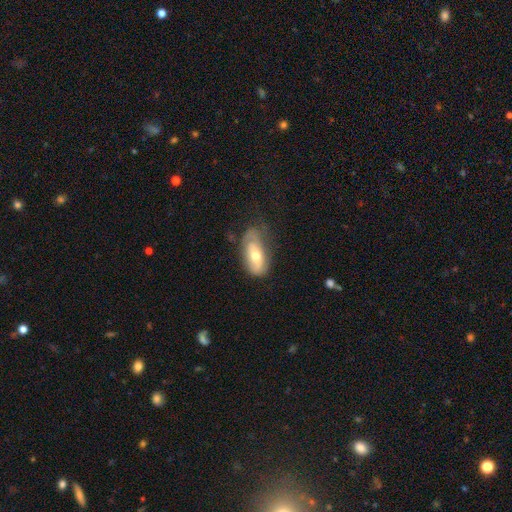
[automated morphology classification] A smooth galaxy with no disk features (49%).

Vote fractions:
- Smooth or featured? smooth: 49% / featured or disk: 44% / star or artifact: 7%
- Merging? none: 51% / minor disturbance: 32% / major disturbance: 15% / merger: 2%